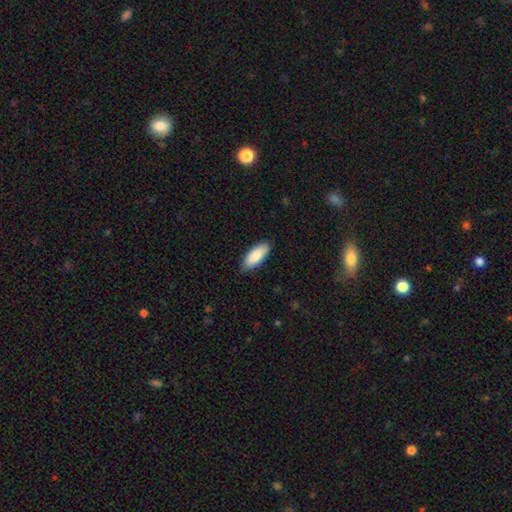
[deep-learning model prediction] Smooth or featured: smooth — 89% (featured or disk — 6%)
How rounded: in between — 80% (cigar-shaped — 19%)
Merging: none — 82% (minor disturbance — 15%)